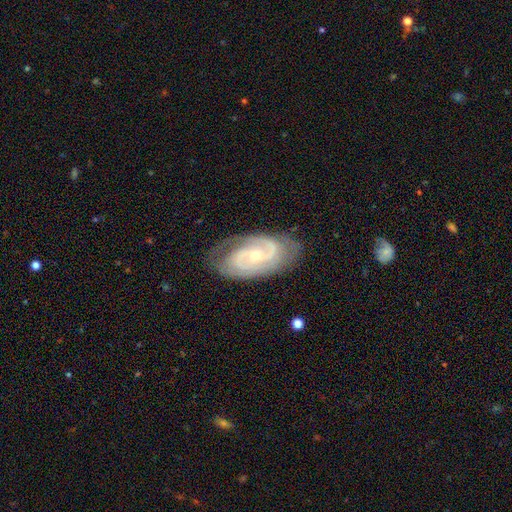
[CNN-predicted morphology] type=featured or disk (88%); edge-on=no (96%); bar=no (61%); spiral arms=yes (97%); winding=tight (52%); arm count=2 (67%); bulge=small (66%); merging=none (76%).